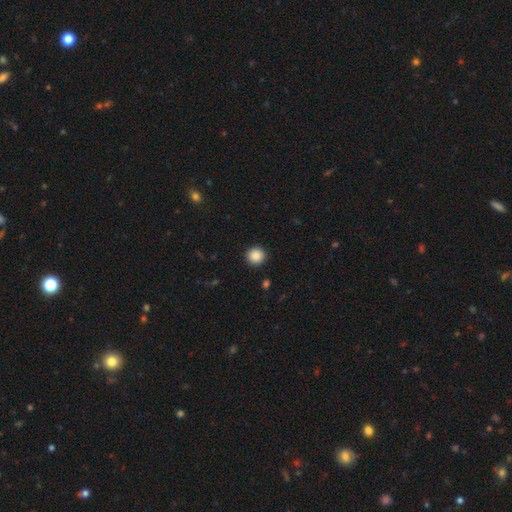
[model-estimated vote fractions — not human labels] Morphology: type=smooth (87%); roundness=round (95%); merging=none (93%).